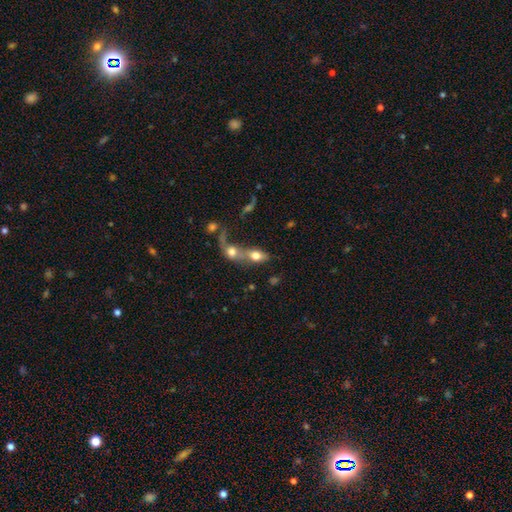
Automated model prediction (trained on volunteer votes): A smooth galaxy with no disk features (68%) that is in between round and cigar-shaped (69%).

Vote fractions:
- Smooth or featured? smooth: 68% / featured or disk: 21% / star or artifact: 11%
- How rounded? in between: 69% / round: 25% / cigar-shaped: 6%
- Merging? merger: 74% / none: 13% / major disturbance: 7% / minor disturbance: 5%